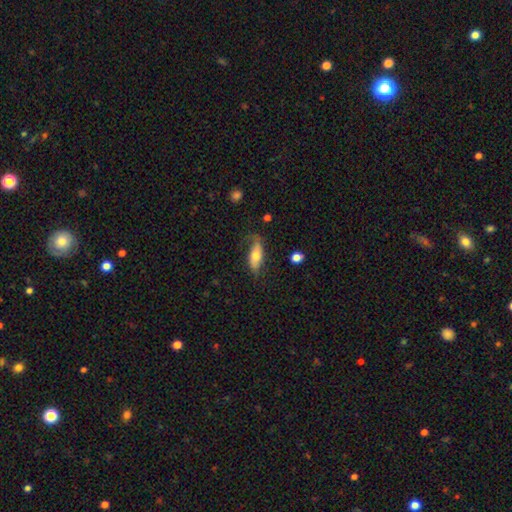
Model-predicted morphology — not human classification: Smooth or featured? Predicted: smooth (p=0.54). How rounded? Predicted: in between (p=0.75). Merging? Predicted: none (p=0.55).